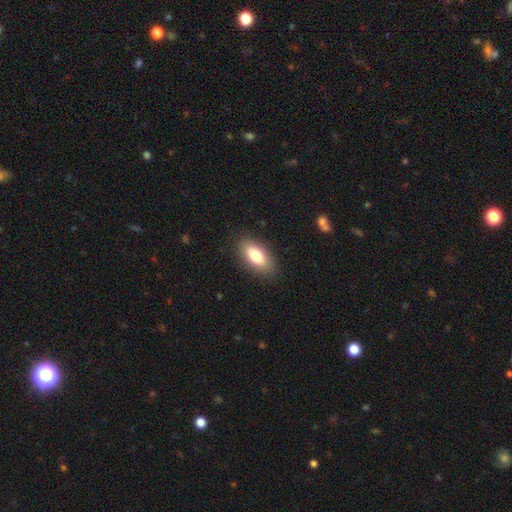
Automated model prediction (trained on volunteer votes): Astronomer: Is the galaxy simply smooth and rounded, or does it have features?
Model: smooth — 76%.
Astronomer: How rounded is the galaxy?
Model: in between — 88%.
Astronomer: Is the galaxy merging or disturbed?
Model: none — 87%.